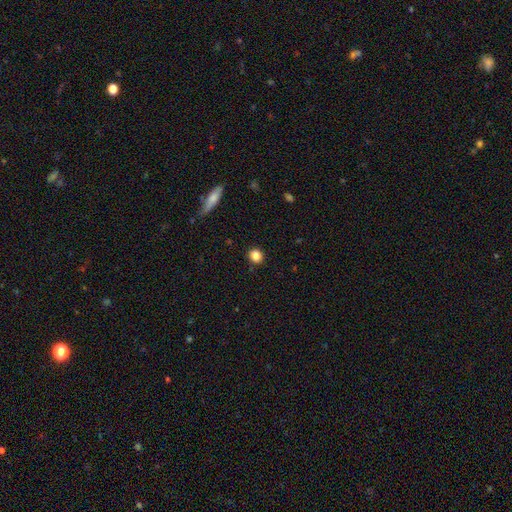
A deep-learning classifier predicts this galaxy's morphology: This is clearly a smooth galaxy (85%). How rounded: clearly round (85%). Merging: clearly none (91%).